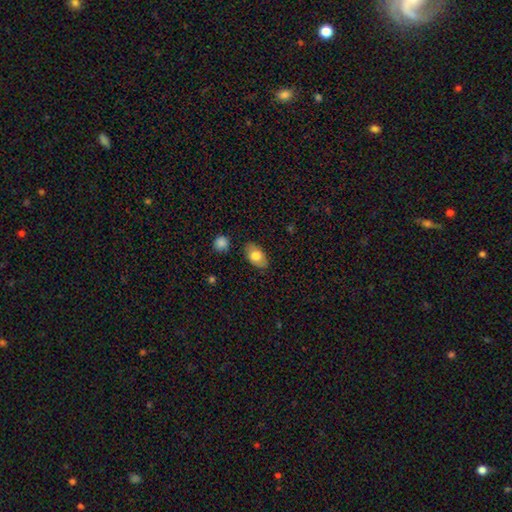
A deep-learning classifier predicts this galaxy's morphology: smooth_or_featured: smooth (p=0.76) [alt: featured or disk p=0.17]
how_rounded: in between (p=0.90) [alt: round p=0.08]
merging: none (p=0.83) [alt: minor disturbance p=0.12]